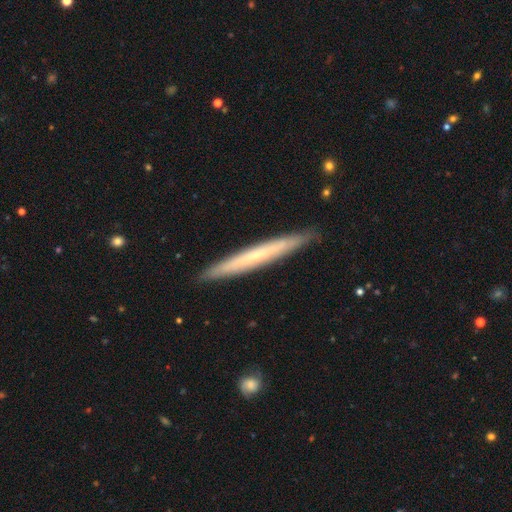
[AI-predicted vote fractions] The model was most divided on "smooth or featured": featured or disk: 53%, smooth: 41%, star or artifact: 6%. More confident: edge-on disk — yes (93%); merging — none (91%).